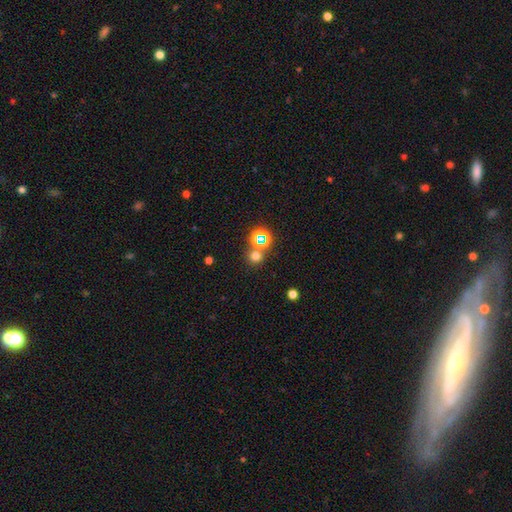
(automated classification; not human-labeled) The model was most divided on "smooth or featured": smooth: 63%, star or artifact: 31%, featured or disk: 7%. More confident: how rounded — round (89%); merging — none (72%).